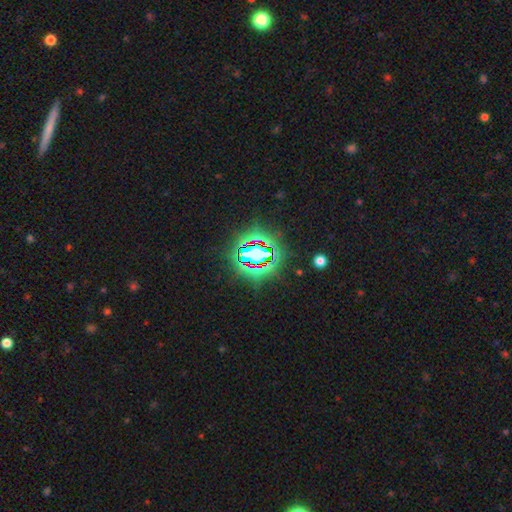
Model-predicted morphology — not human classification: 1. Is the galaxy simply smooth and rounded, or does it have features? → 75% star or artifact, 15% smooth, 10% featured or disk.